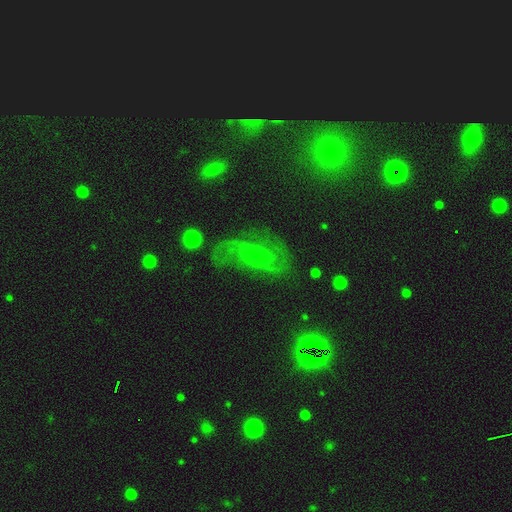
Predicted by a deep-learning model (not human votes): A featured or disk galaxy (65%) with a weak bar (51%), 2 (68%) medium (49%) spiral arms (88%) and a small central bulge (45%).

Vote fractions:
- Smooth or featured? featured or disk: 65% / smooth: 19% / star or artifact: 15%
- Edge-on disk? no: 94% / yes: 6%
- Bar? weak: 51% / no: 34% / strong: 15%
- Spiral arms? yes: 88% / no: 12%
- Spiral winding? medium: 49% / loose: 28% / tight: 23%
- Spiral arm count? 2: 68% / can't tell: 17% / 3: 5% / 1: 5% / 4: 3% / more than 4: 3%
- Bulge size? small: 45% / moderate: 31% / none: 17% / large: 5% / dominant: 2%
- Merging? none: 64% / minor disturbance: 19% / major disturbance: 14% / merger: 3%